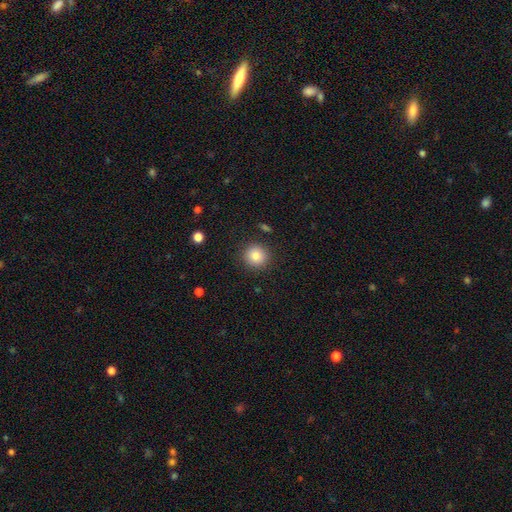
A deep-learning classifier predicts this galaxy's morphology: Smooth or featured? Predicted: smooth (p=0.83). How rounded? Predicted: round (p=0.93). Merging? Predicted: none (p=0.89).